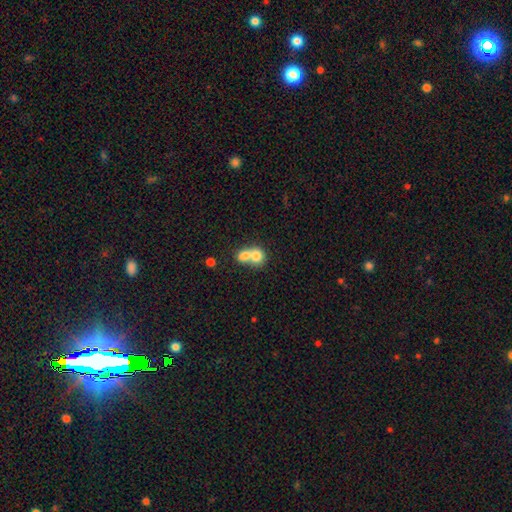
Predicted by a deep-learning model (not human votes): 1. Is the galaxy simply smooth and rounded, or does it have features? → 75% smooth, 16% featured or disk, 9% star or artifact.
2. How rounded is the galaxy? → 67% round, 32% in between, 1% cigar-shaped.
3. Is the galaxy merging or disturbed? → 72% merger, 21% none, 5% minor disturbance, 3% major disturbance.